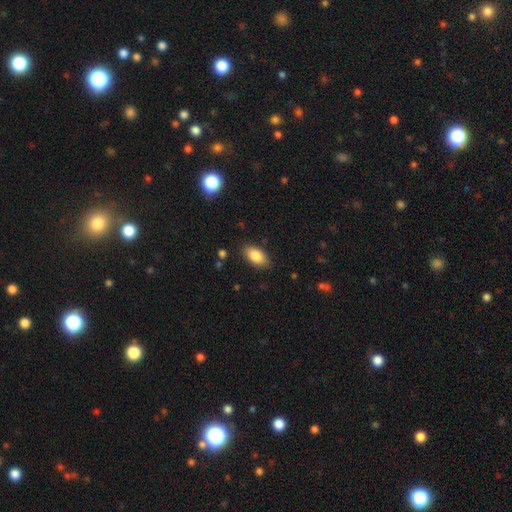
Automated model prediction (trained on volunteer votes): smooth 86%, star or artifact 7%, featured or disk 7%. Down the decision tree: how rounded — in between (92%); merging — none (85%).